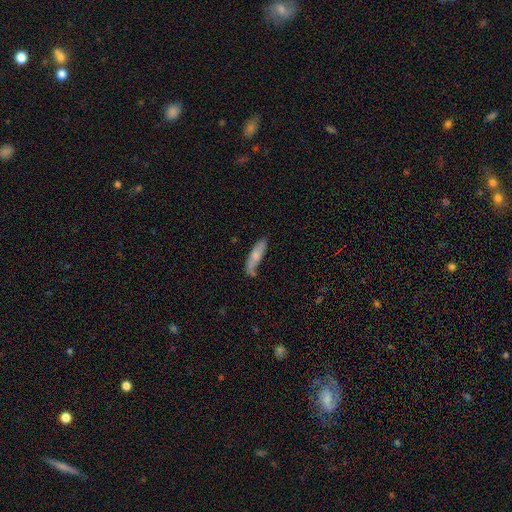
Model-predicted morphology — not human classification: Smooth or featured? Predicted: smooth (p=0.65). How rounded? Predicted: cigar-shaped (p=0.61). Merging? Predicted: none (p=0.52).